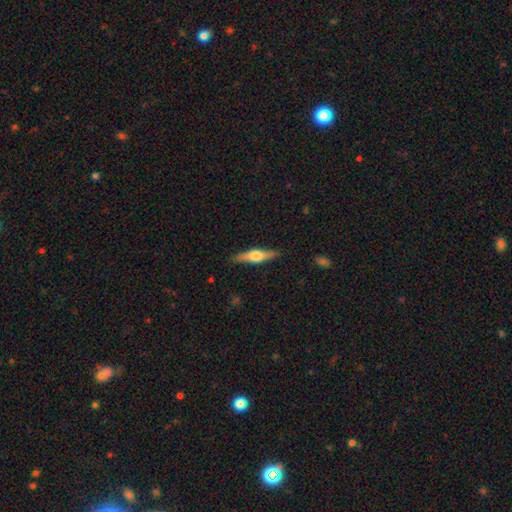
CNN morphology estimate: featured or disk 62%, smooth 32%, star or artifact 6%. Down the decision tree: edge-on disk — yes (96%); edge-on bulge — rounded (92%); merging — none (88%).